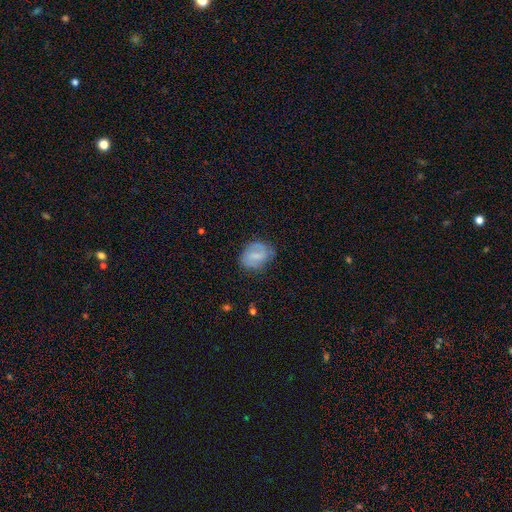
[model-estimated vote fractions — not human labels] Smooth or featured?
  - smooth: 47% *
  - featured or disk: 45%
  - star or artifact: 8%
Merging?
  - none: 66% *
  - minor disturbance: 23%
  - major disturbance: 9%
  - merger: 2%